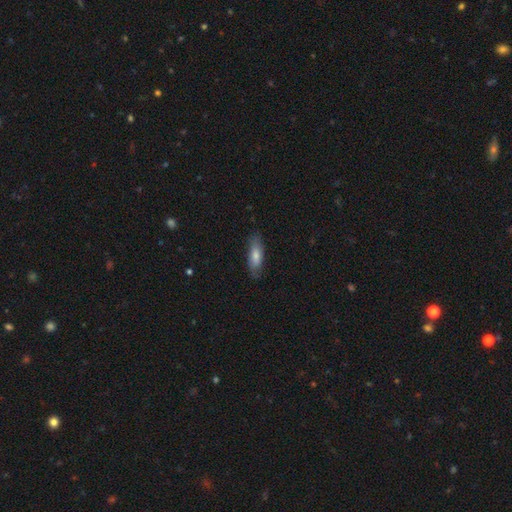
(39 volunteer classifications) Smooth or featured: smooth — 82% (featured or disk — 10%)
How rounded: in between — 59% (cigar-shaped — 38%)
Merging: none — 83% (minor disturbance — 11%)